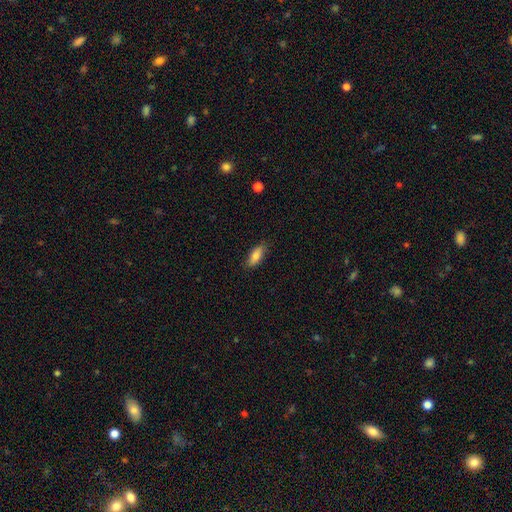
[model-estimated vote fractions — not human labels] Smooth or featured?
  - smooth: 82% *
  - featured or disk: 12%
  - star or artifact: 7%
How rounded?
  - in between: 80% *
  - cigar-shaped: 18%
  - round: 2%
Merging?
  - none: 83% *
  - minor disturbance: 13%
  - major disturbance: 2%
  - merger: 1%